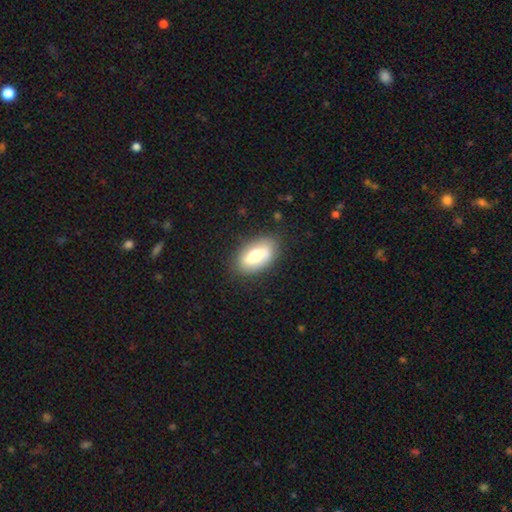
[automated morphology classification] type=smooth (54%); roundness=in between (89%); merging=none (83%).